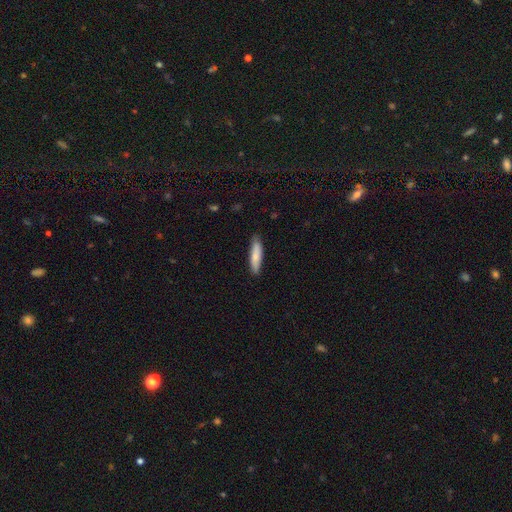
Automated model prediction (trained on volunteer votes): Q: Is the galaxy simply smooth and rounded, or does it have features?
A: smooth — 79%.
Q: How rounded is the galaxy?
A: cigar-shaped — 78%.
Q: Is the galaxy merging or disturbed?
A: none — 85%.